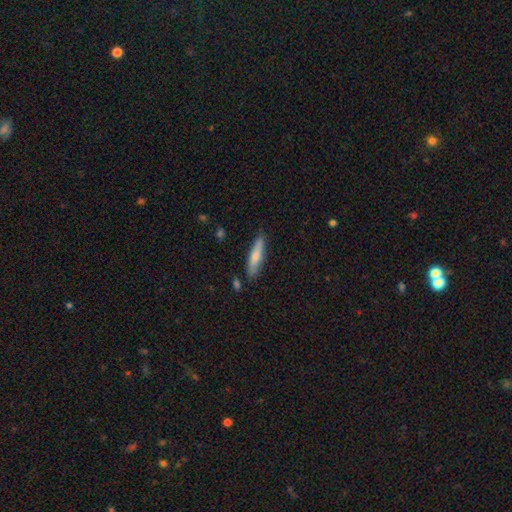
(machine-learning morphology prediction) Smooth or featured: smooth — 71% (featured or disk — 24%)
How rounded: cigar-shaped — 81% (in between — 17%)
Merging: none — 83% (minor disturbance — 12%)